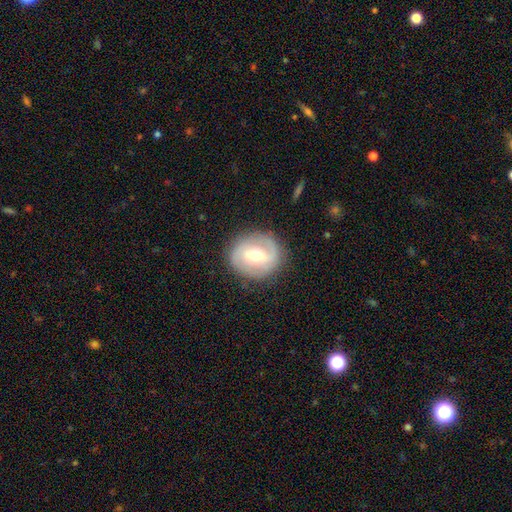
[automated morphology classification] A featured or disk galaxy (64%) with a weak bar (46%), spiral arms (72%) and a moderate central bulge (71%).

Vote fractions:
- Smooth or featured? featured or disk: 64% / smooth: 29% / star or artifact: 6%
- Edge-on disk? no: 96% / yes: 4%
- Bar? weak: 46% / strong: 30% / no: 24%
- Spiral arms? yes: 72% / no: 28%
- Bulge size? moderate: 71% / small: 21% / large: 7% / dominant: 1% / none: 1%
- Merging? none: 85% / minor disturbance: 10% / major disturbance: 4% / merger: 1%